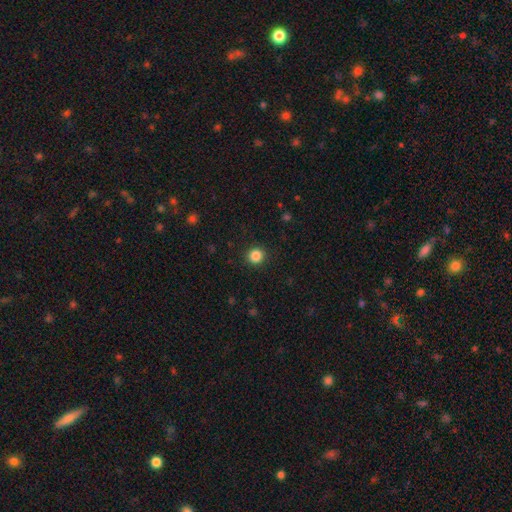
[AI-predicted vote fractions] Overall: smooth (85%). How rounded: round (93%). Merging: none (92%).